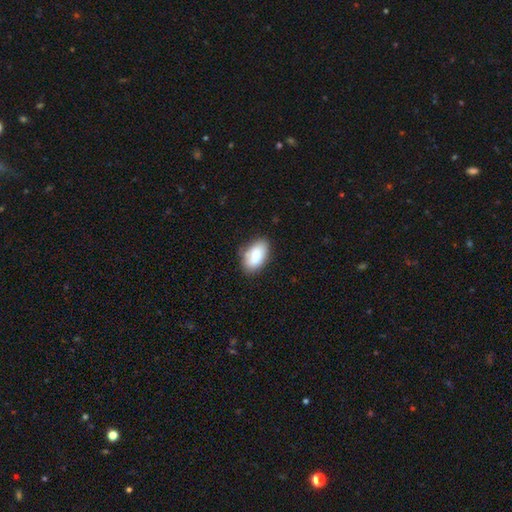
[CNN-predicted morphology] Smooth or featured?
  - smooth: 80% *
  - featured or disk: 13%
  - star or artifact: 7%
How rounded?
  - in between: 93% *
  - round: 4%
  - cigar-shaped: 2%
Merging?
  - none: 74% *
  - minor disturbance: 19%
  - major disturbance: 4%
  - merger: 3%